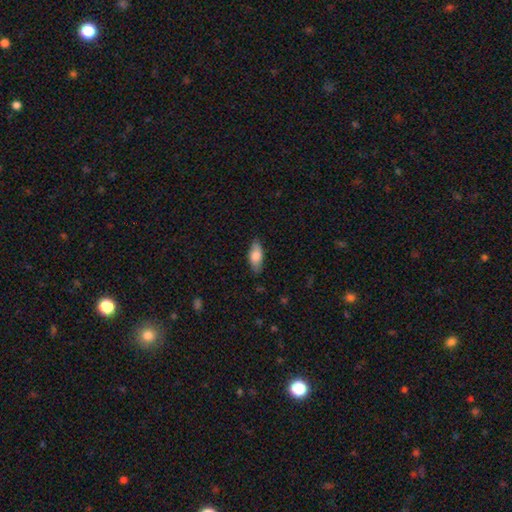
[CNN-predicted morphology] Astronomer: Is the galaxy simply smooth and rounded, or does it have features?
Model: smooth — 77%.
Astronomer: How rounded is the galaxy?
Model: in between — 82%.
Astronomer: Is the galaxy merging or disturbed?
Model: none — 82%.